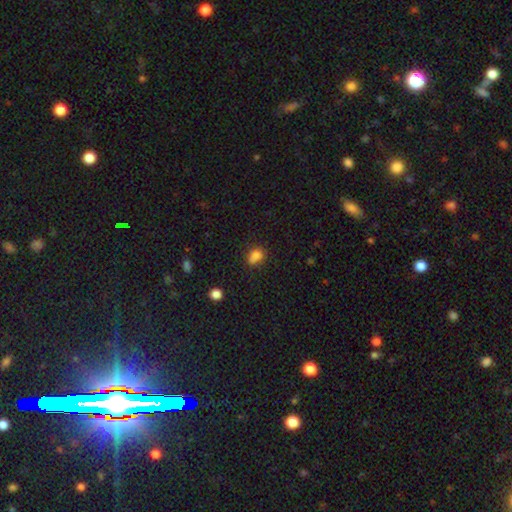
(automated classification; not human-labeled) smooth_or_featured: smooth (p=0.80) [alt: star or artifact p=0.12]
how_rounded: in between (p=0.63) [alt: round p=0.35]
merging: none (p=0.56) [alt: minor disturbance p=0.25]